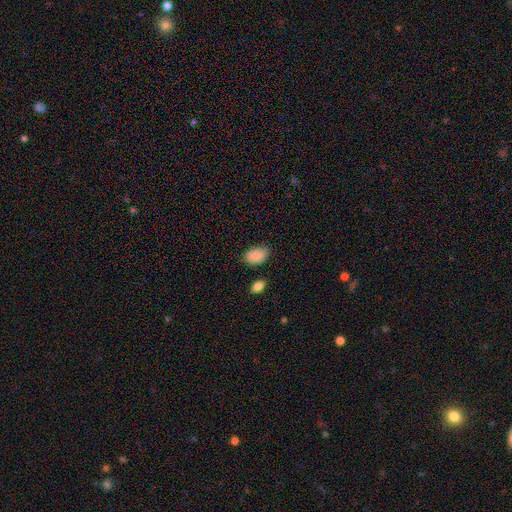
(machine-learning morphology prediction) A smooth galaxy with no disk features (87%) that is in between round and cigar-shaped (87%).

Vote fractions:
- Smooth or featured? smooth: 87% / star or artifact: 7% / featured or disk: 6%
- How rounded? in between: 87% / round: 12% / cigar-shaped: 1%
- Merging? none: 73% / minor disturbance: 20% / major disturbance: 4% / merger: 3%